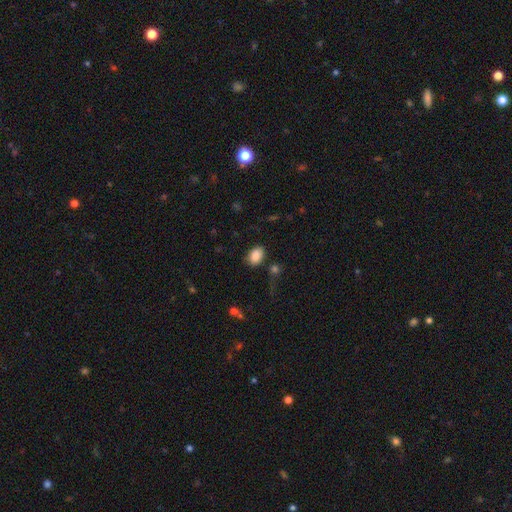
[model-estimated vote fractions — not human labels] smooth_or_featured: smooth (p=0.87) [alt: star or artifact p=0.08]
how_rounded: in between (p=0.81) [alt: round p=0.18]
merging: none (p=0.76) [alt: minor disturbance p=0.15]